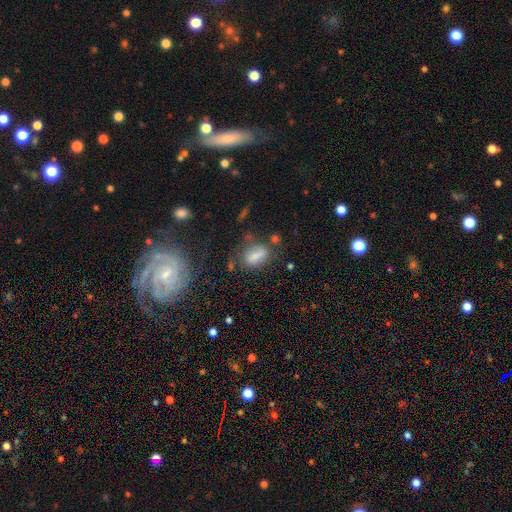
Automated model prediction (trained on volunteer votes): Smooth or featured? Predicted: smooth (p=0.73). How rounded? Predicted: in between (p=0.82). Merging? Predicted: none (p=0.51).